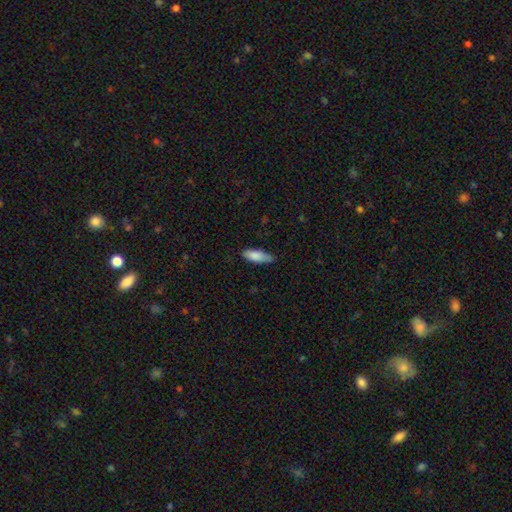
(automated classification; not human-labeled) Overall: smooth (83%). How rounded: in between (64%; cigar-shaped 34%). Merging: none (68%).